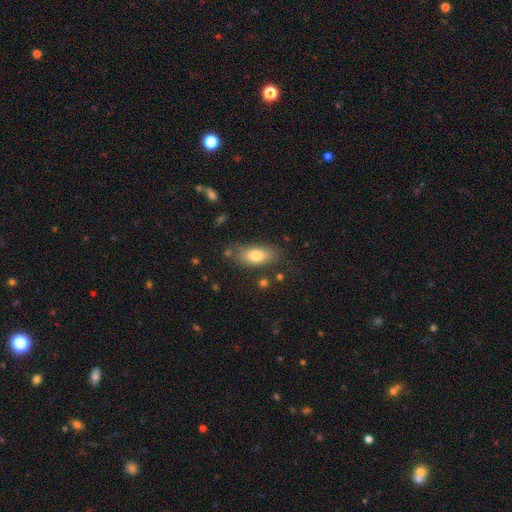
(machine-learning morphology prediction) Smooth or featured?
  - smooth: 76% *
  - featured or disk: 16%
  - star or artifact: 8%
How rounded?
  - in between: 83% *
  - cigar-shaped: 11%
  - round: 6%
Merging?
  - none: 72% *
  - minor disturbance: 18%
  - major disturbance: 6%
  - merger: 4%